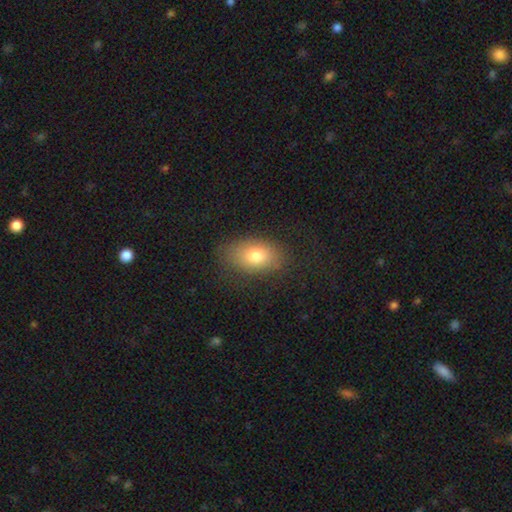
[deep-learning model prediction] A smooth galaxy with no disk features (77%) that is in between round and cigar-shaped (87%). Merging: none (78%).